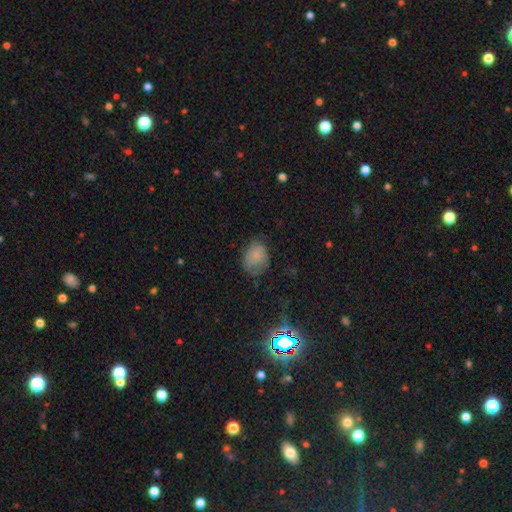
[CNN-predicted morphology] smooth 71%, featured or disk 16%, star or artifact 12%. Down the decision tree: how rounded — in between (58%); merging — none (52%).